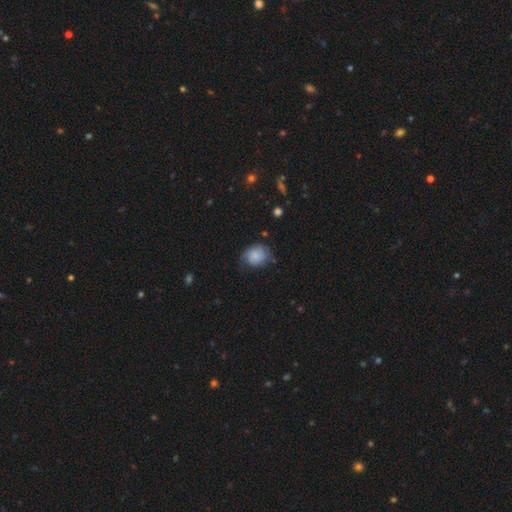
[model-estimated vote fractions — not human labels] The model was most divided on "how rounded": round: 53%, in between: 46%, cigar-shaped: 1%. Remaining: smooth or featured — smooth (72%); merging — none (49%).